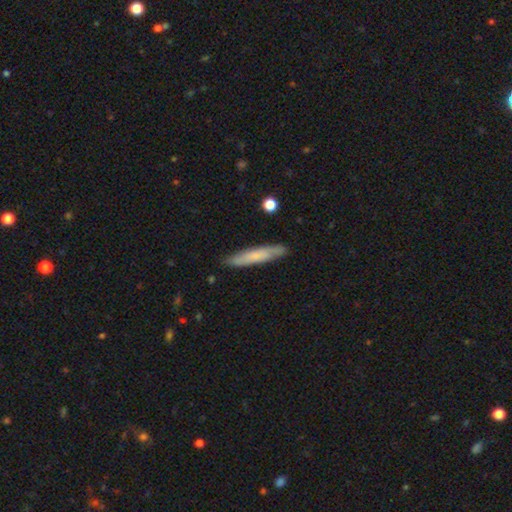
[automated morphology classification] Smooth or featured: smooth — 66% (featured or disk — 29%)
How rounded: cigar-shaped — 91% (in between — 8%)
Merging: none — 87% (minor disturbance — 10%)